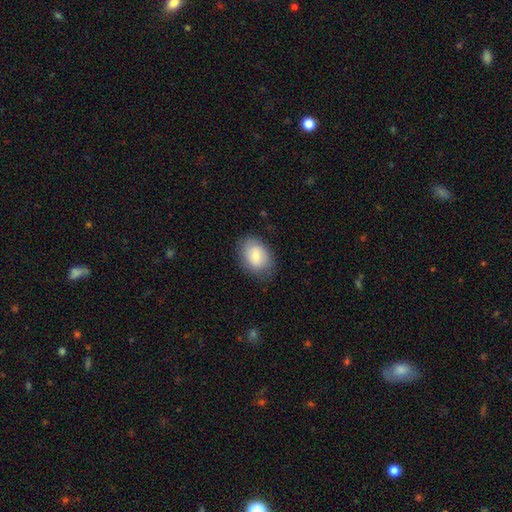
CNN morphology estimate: smooth_or_featured: smooth (p=0.79) [alt: featured or disk p=0.14]
how_rounded: in between (p=0.78) [alt: round p=0.21]
merging: none (p=0.79) [alt: minor disturbance p=0.16]